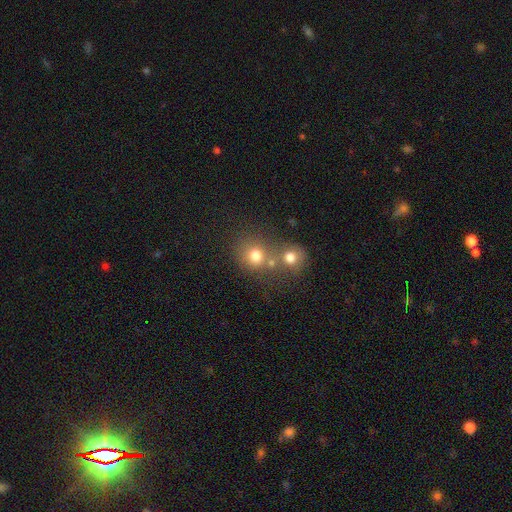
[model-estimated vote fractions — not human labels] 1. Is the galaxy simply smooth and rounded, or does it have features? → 75% smooth, 14% star or artifact, 11% featured or disk.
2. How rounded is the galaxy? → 81% round, 18% in between, 1% cigar-shaped.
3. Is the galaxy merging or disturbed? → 46% none, 41% merger, 8% minor disturbance, 5% major disturbance.